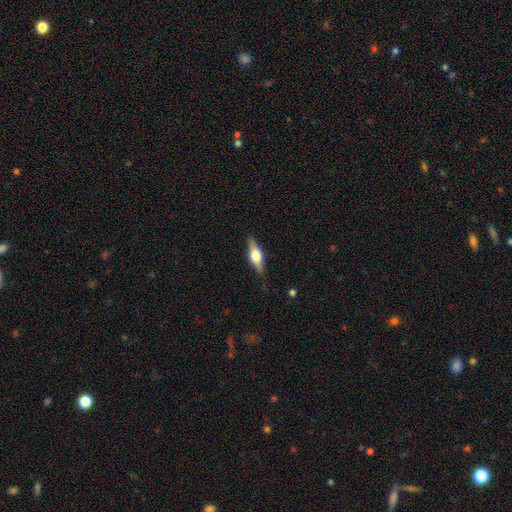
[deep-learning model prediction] Q: Smooth or featured?
A: featured or disk (61%); runner-up: smooth (32%)
Q: Edge-on disk?
A: yes (95%); runner-up: no (5%)
Q: Edge-on bulge?
A: rounded (92%); runner-up: boxy (7%)
Q: Merging?
A: none (84%); runner-up: minor disturbance (12%)